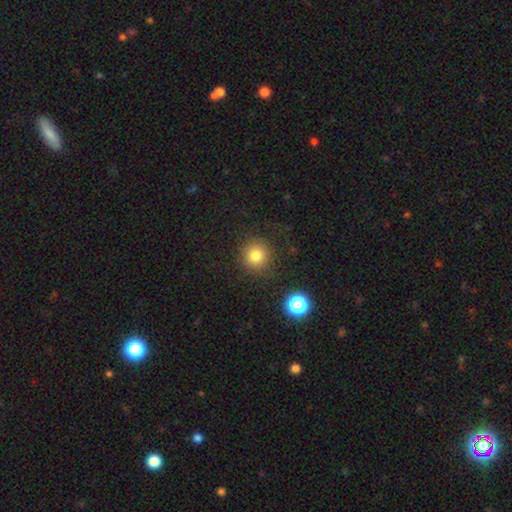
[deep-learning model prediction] smooth_or_featured: smooth (p=0.80) [alt: star or artifact p=0.14]
how_rounded: round (p=0.93) [alt: in between p=0.06]
merging: none (p=0.86) [alt: minor disturbance p=0.08]